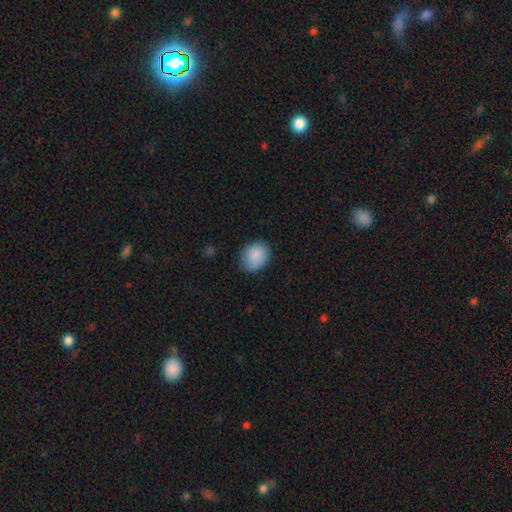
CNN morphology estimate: type=smooth (88%); roundness=round (51%); merging=none (71%).